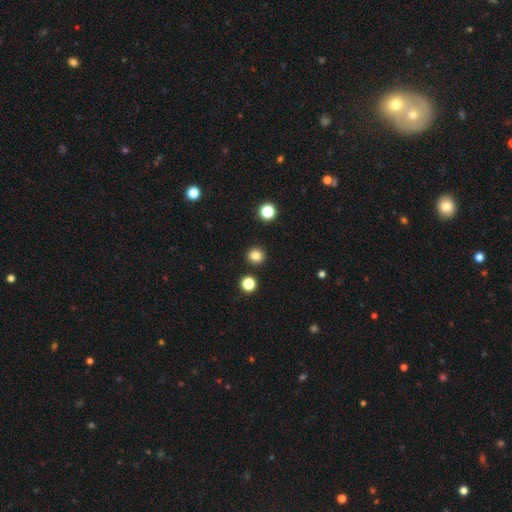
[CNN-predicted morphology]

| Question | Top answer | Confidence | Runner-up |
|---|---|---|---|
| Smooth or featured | smooth | 83% | star or artifact (13%) |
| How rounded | round | 93% | in between (6%) |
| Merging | none | 92% | minor disturbance (4%) |